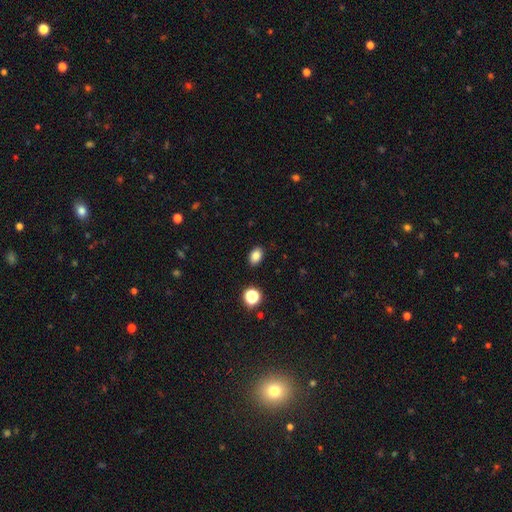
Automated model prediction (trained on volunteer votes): Morphology: type=smooth (84%); roundness=in between (81%); merging=none (89%).